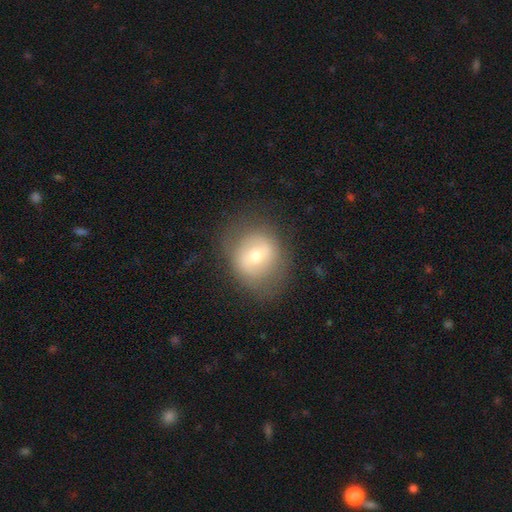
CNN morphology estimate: Overall: smooth (47%; featured or disk 43%). Merging: none (75%).